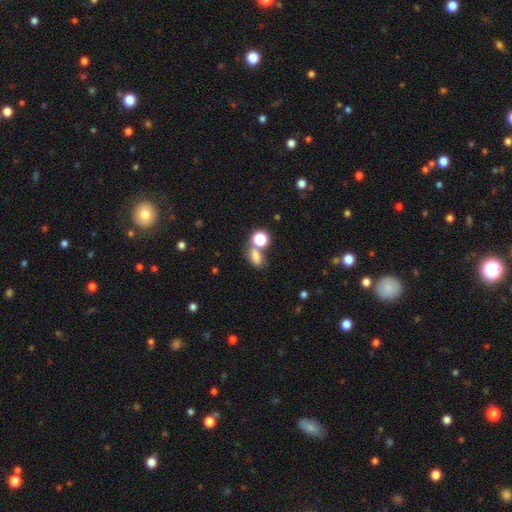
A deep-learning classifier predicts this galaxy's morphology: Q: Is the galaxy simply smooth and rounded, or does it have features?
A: smooth — 74%.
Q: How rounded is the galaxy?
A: in between — 72%.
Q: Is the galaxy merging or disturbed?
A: none — 46%.